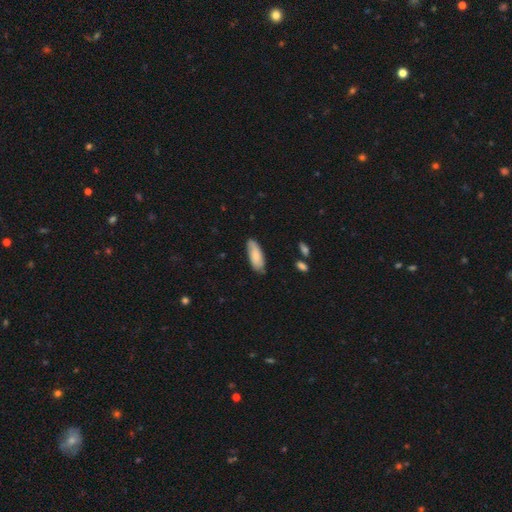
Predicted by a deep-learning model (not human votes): Smooth or featured? smooth (75%)
How rounded? in between (75%)
Merging? none (77%)